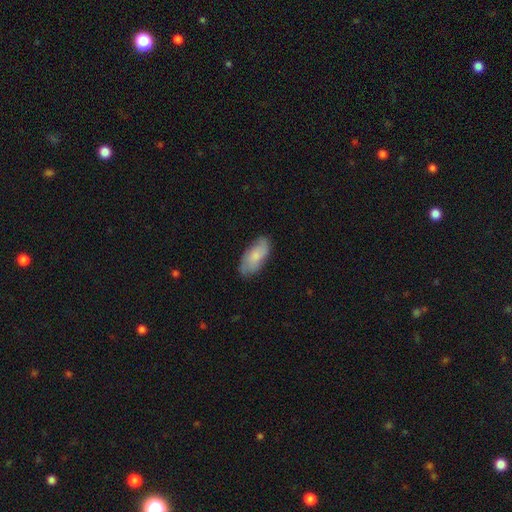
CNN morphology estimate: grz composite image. It shows a smooth galaxy with no disk features (68%) that is in between round and cigar-shaped (87%). Merging: none (76%).